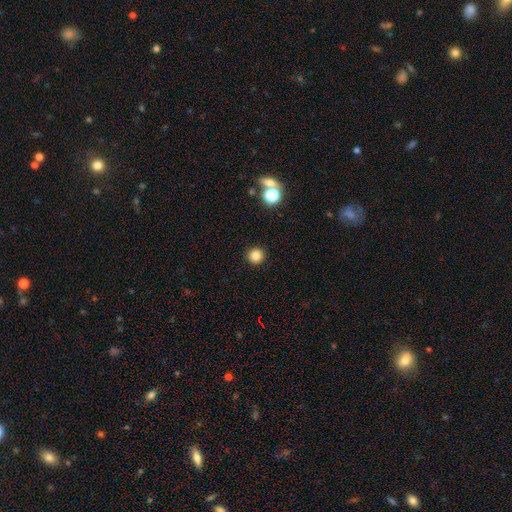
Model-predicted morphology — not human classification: A smooth galaxy with no disk features (83%) that is round (95%).

Vote fractions:
- Smooth or featured? smooth: 83% / star or artifact: 13% / featured or disk: 4%
- How rounded? round: 95% / in between: 4% / cigar-shaped: 1%
- Merging? none: 92% / minor disturbance: 5% / major disturbance: 2% / merger: 2%